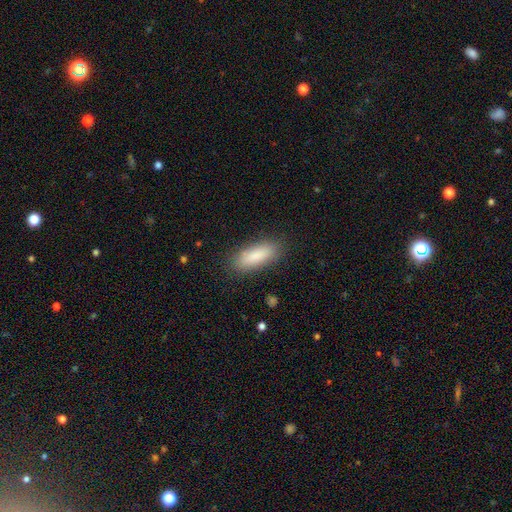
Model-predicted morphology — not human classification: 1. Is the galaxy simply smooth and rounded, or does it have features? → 86% smooth, 8% featured or disk, 6% star or artifact.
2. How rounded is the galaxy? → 64% in between, 34% cigar-shaped, 2% round.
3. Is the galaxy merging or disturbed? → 85% none, 11% minor disturbance, 3% major disturbance, 1% merger.